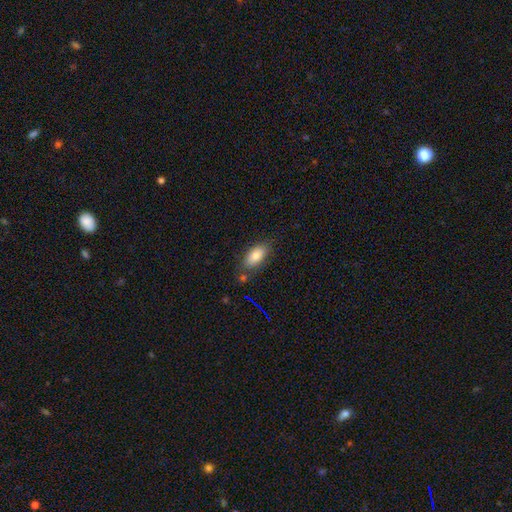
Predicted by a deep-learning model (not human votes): smooth-or-featured: smooth: 82% | featured or disk: 10% | star or artifact: 8%
  how-rounded: in between: 89% | cigar-shaped: 7% | round: 3%
  merging: none: 73% | minor disturbance: 16% | merger: 6% | major disturbance: 4%